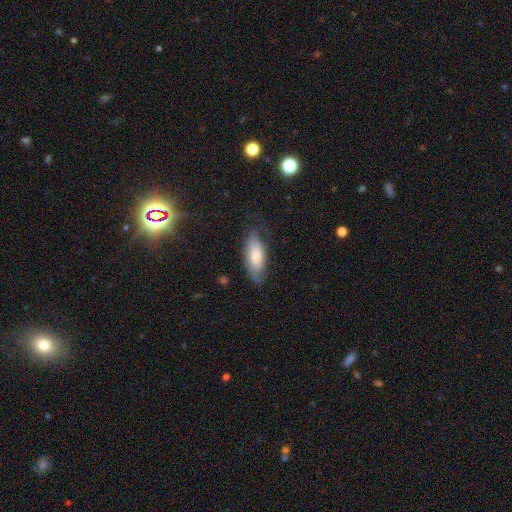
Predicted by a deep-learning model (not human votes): The model was most divided on "merging": none: 64%, minor disturbance: 26%, major disturbance: 9%, merger: 1%. More confident: how rounded — in between (82%); smooth or featured — smooth (73%).